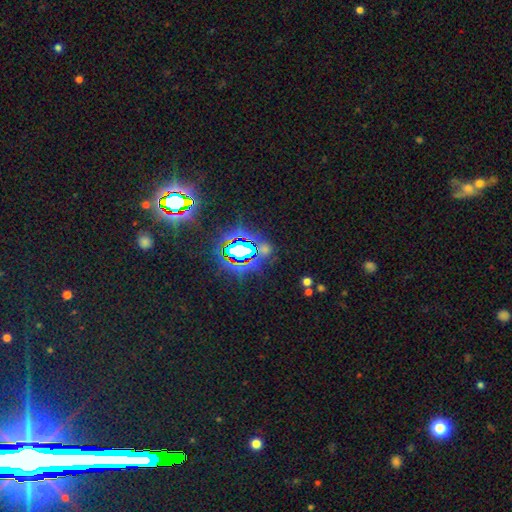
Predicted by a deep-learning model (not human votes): Q: Smooth or featured?
A: star or artifact (80%); runner-up: smooth (12%)